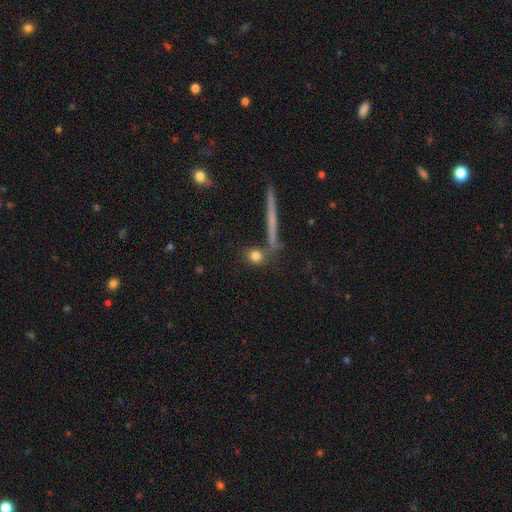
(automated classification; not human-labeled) This appears to be a smooth galaxy with no disk features (78%) that is round (74%). Merging: none (75%).